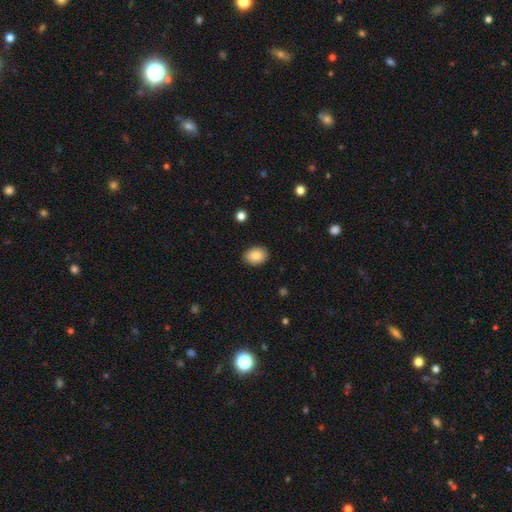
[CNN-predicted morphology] This is clearly a smooth galaxy (86%). How rounded: likely in between (68%). Merging: clearly none (89%).